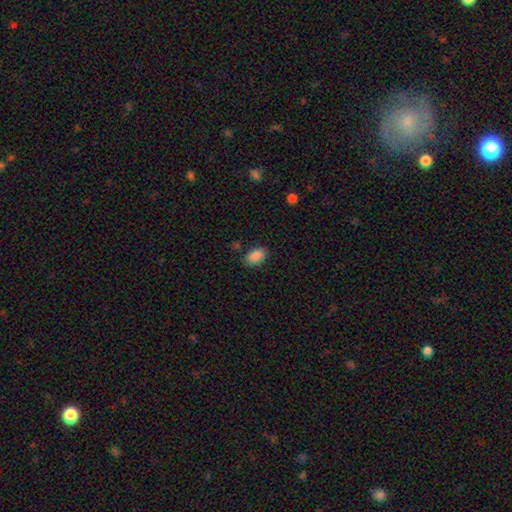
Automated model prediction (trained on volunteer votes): This appears to be a smooth galaxy with no disk features (88%) that is in between round and cigar-shaped (90%). Merging: none (84%).